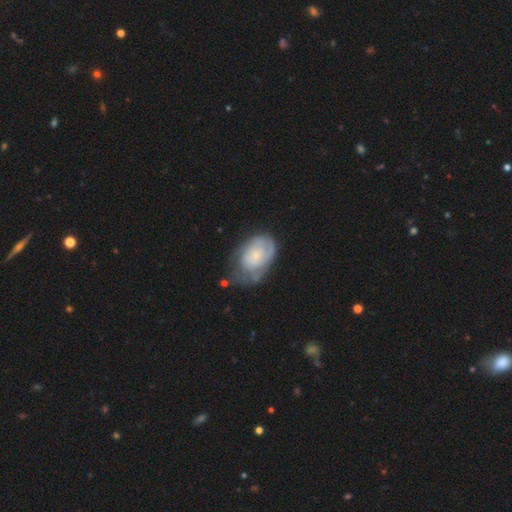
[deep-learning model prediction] smooth_or_featured: featured or disk (p=0.59) [alt: smooth p=0.35]
disk_edge_on: no (p=0.96) [alt: yes p=0.04]
bar: no (p=0.82) [alt: weak p=0.16]
has_spiral_arms: yes (p=0.73) [alt: no p=0.27]
bulge_size: small (p=0.72) [alt: moderate p=0.21]
merging: none (p=0.40) [alt: minor disturbance p=0.34]